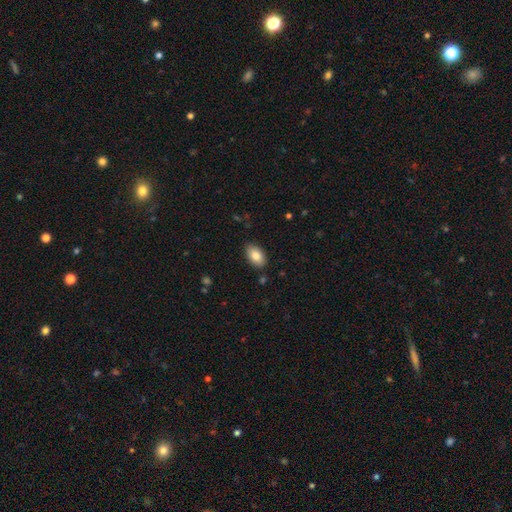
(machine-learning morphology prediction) type=smooth (84%); roundness=in between (93%); merging=none (86%).